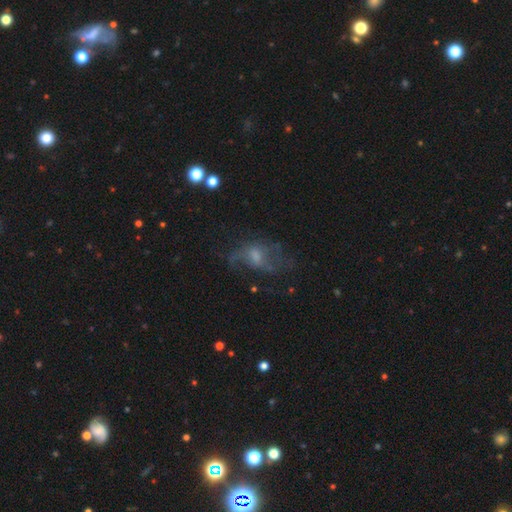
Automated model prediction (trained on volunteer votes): This appears to be a featured or disk galaxy (54%) with no bar (67%), spiral arms (57%) and a moderate central bulge (40%). Merging: none (47%).